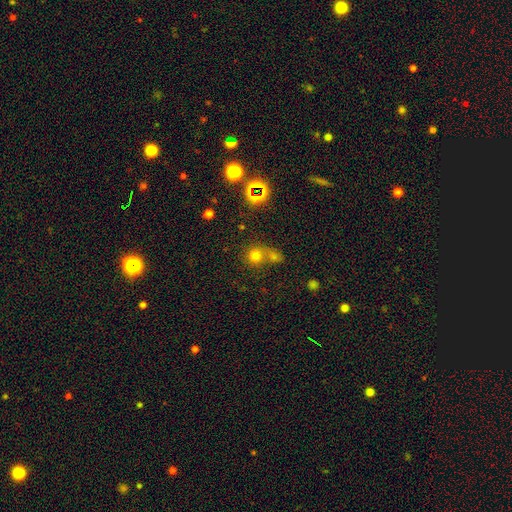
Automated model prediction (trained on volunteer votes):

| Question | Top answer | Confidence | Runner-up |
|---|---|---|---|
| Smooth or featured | smooth | 70% | star or artifact (20%) |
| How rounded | round | 85% | in between (14%) |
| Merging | none | 44% | tied: merger (44%) |